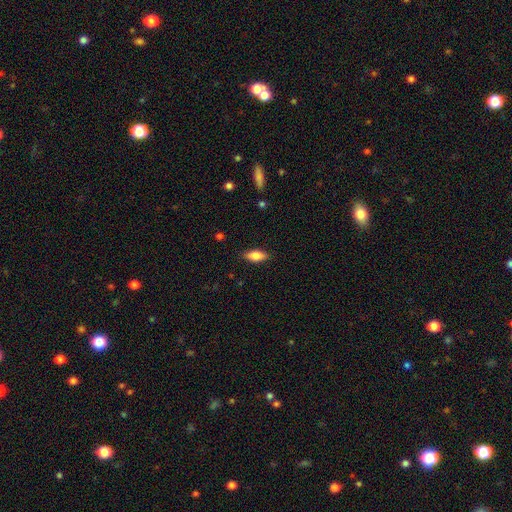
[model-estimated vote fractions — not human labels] Smooth or featured: smooth — 79% (featured or disk — 14%)
How rounded: in between — 80% (cigar-shaped — 17%)
Merging: none — 86% (minor disturbance — 10%)